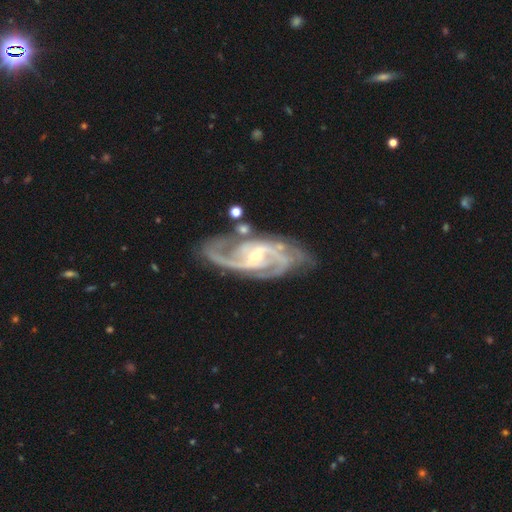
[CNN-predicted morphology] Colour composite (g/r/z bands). It shows a featured or disk galaxy (92%) with a weak bar (43%), 2 (43%) medium (52%) spiral arms (98%) and a small central bulge (68%). Merging: none (69%).